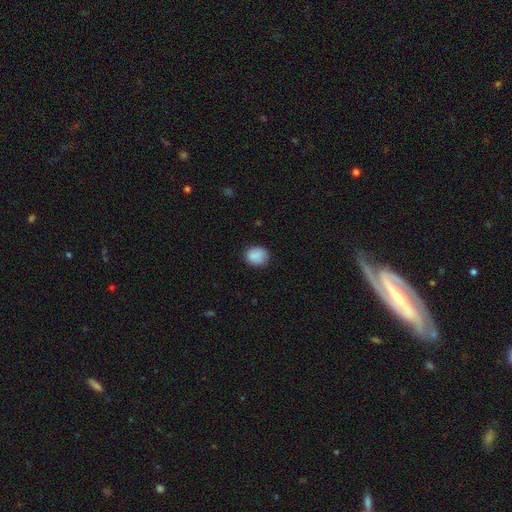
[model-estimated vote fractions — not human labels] Smooth or featured? Predicted: smooth (p=0.88). How rounded? Predicted: round (p=0.64). Merging? Predicted: none (p=0.81).